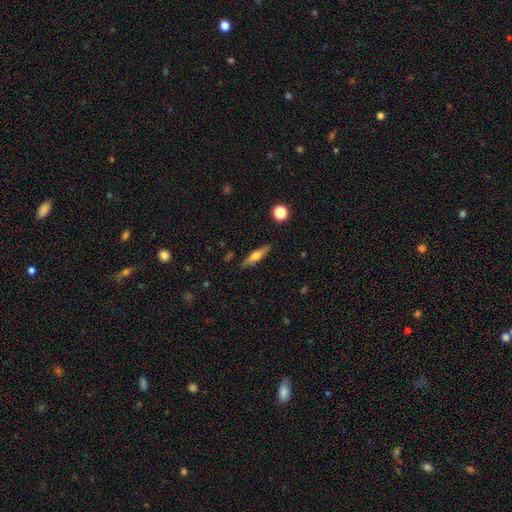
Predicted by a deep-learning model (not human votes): Smooth or featured: smooth — 53% (featured or disk — 40%)
How rounded: cigar-shaped — 69% (in between — 28%)
Merging: none — 85% (minor disturbance — 11%)